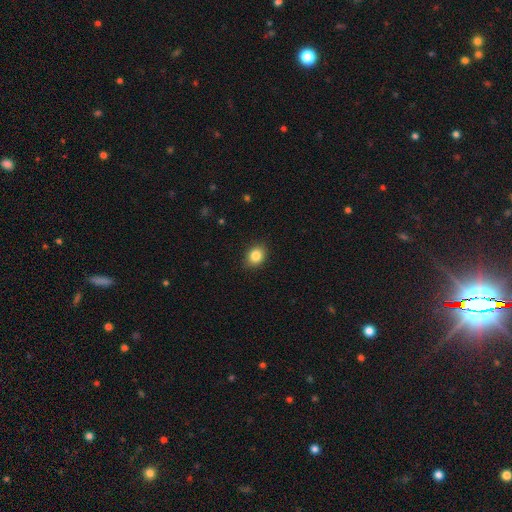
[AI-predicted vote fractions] Smooth or featured? smooth (85%)
How rounded? round (53%)
Merging? none (86%)